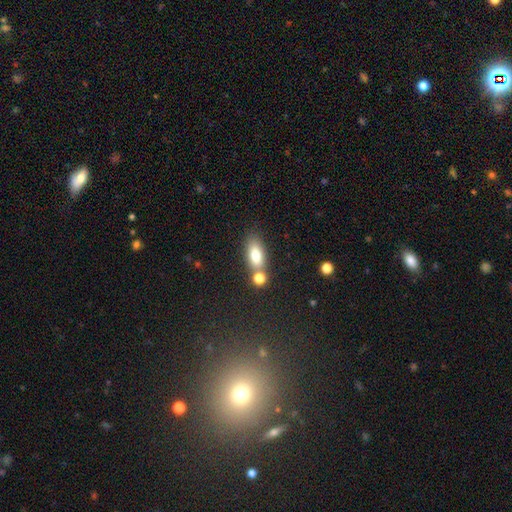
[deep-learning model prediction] This is likely a smooth galaxy (78%). How rounded: clearly in between (80%). Merging: possibly none (57%).